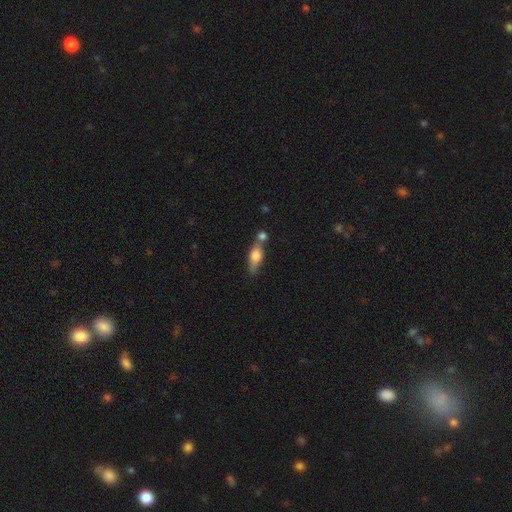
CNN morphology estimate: A smooth galaxy with no disk features (64%) that is in between round and cigar-shaped (63%). Merging: none (42%).